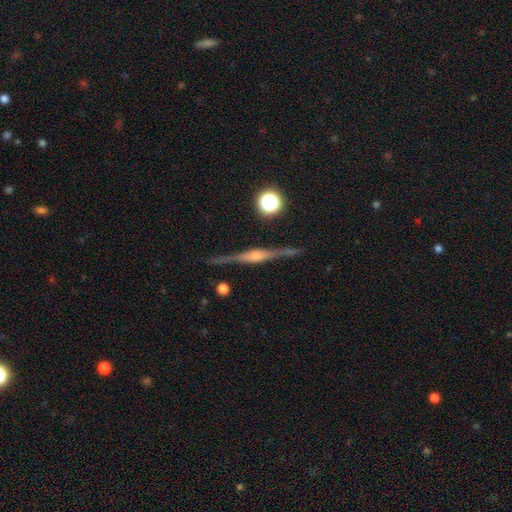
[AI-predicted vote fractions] smooth_or_featured: featured or disk (p=0.87) [alt: smooth p=0.06]
disk_edge_on: yes (p=0.98) [alt: no p=0.02]
edge_on_bulge: rounded (p=0.85) [alt: boxy p=0.09]
merging: none (p=0.90) [alt: minor disturbance p=0.07]